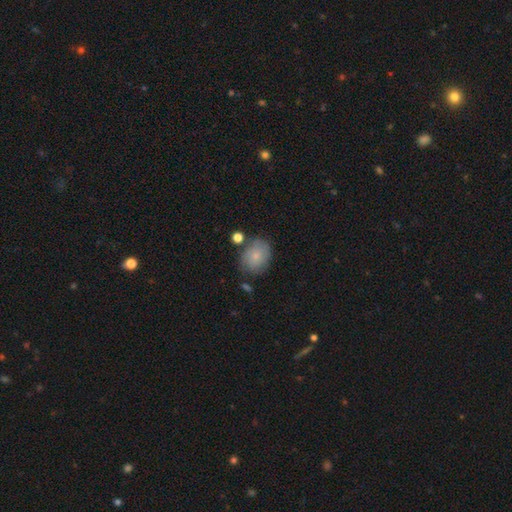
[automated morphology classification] This is likely a smooth galaxy (78%). How rounded: possibly in between (52%). Merging: likely none (70%).